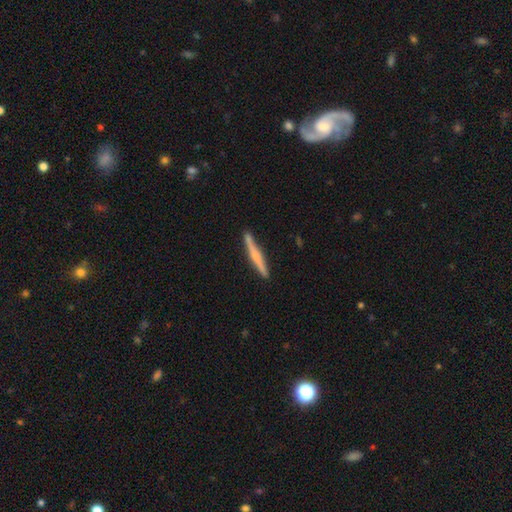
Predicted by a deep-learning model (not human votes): Smooth or featured? featured or disk (57%)
Edge-on disk? yes (97%)
Edge-on bulge? rounded (58%)
Merging? none (87%)